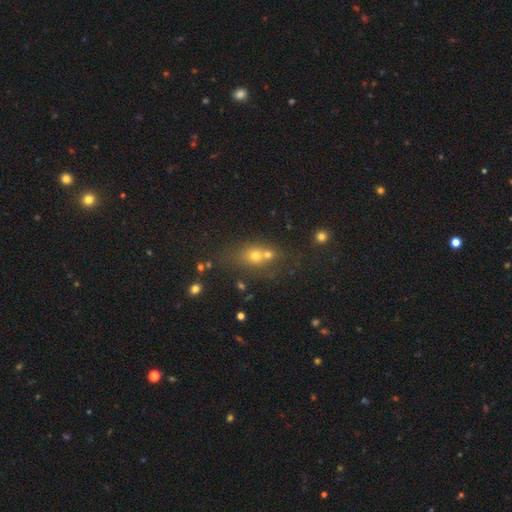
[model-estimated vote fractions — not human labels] Smooth or featured?
  - smooth: 60% *
  - star or artifact: 22%
  - featured or disk: 17%
How rounded?
  - round: 53% *
  - in between: 43%
  - cigar-shaped: 4%
Merging?
  - merger: 44% *
  - none: 41%
  - minor disturbance: 10%
  - major disturbance: 5%